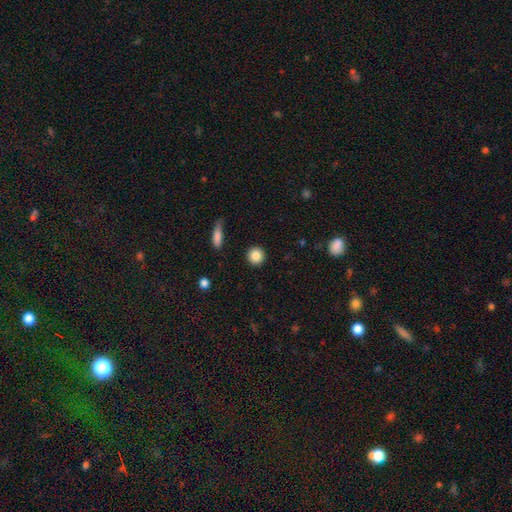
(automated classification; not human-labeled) Q: Smooth or featured?
A: smooth (86%); runner-up: star or artifact (9%)
Q: How rounded?
A: round (93%); runner-up: in between (6%)
Q: Merging?
A: none (91%); runner-up: minor disturbance (5%)